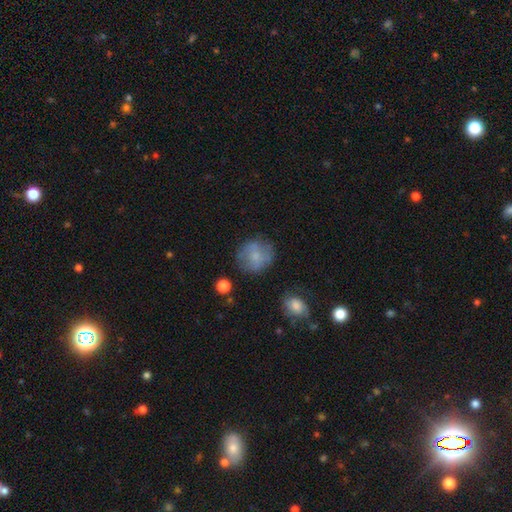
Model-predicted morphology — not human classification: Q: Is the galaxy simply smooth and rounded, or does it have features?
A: smooth — 63%.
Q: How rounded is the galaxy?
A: round — 86%.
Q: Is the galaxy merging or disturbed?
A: none — 71%.